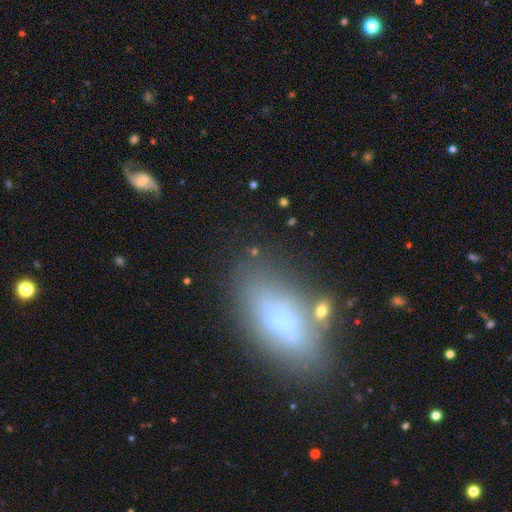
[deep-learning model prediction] Q: Smooth or featured?
A: smooth (49%); runner-up: featured or disk (37%)
Q: Merging?
A: none (52%); runner-up: minor disturbance (23%)